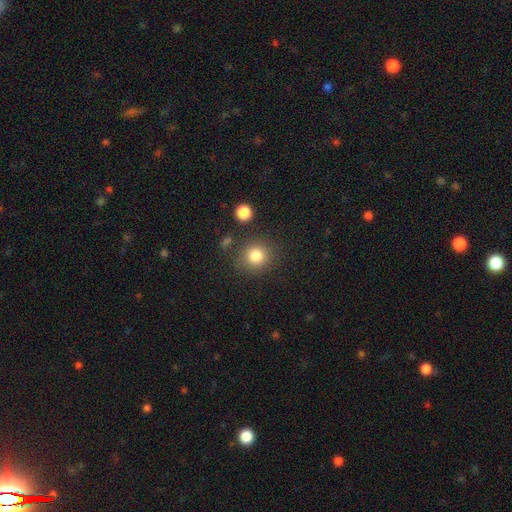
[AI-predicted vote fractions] A smooth galaxy with no disk features (82%) that is round (86%).

Vote fractions:
- Smooth or featured? smooth: 82% / star or artifact: 11% / featured or disk: 6%
- How rounded? round: 86% / in between: 13% / cigar-shaped: 1%
- Merging? none: 81% / minor disturbance: 10% / merger: 5% / major disturbance: 4%